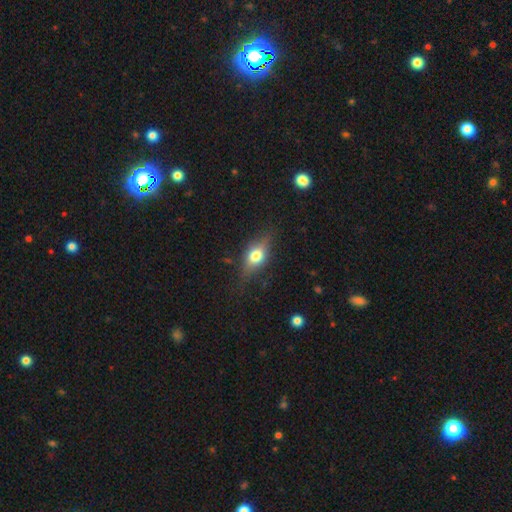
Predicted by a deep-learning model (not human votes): This is possibly a smooth galaxy (57%). How rounded: likely in between (70%). Merging: likely none (77%).